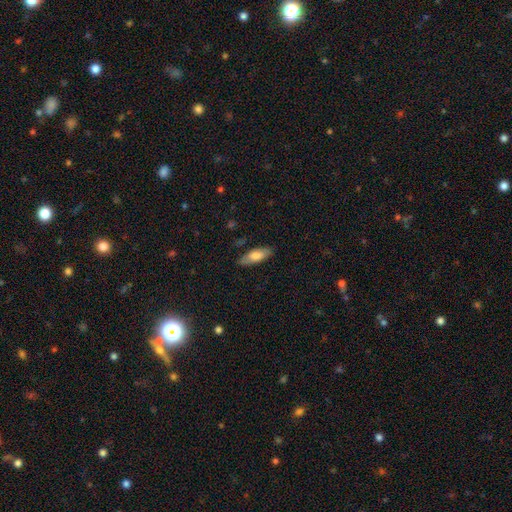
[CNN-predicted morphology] smooth_or_featured: smooth (p=0.73) [alt: featured or disk p=0.21]
how_rounded: in between (p=0.64) [alt: cigar-shaped p=0.34]
merging: none (p=0.83) [alt: minor disturbance p=0.13]